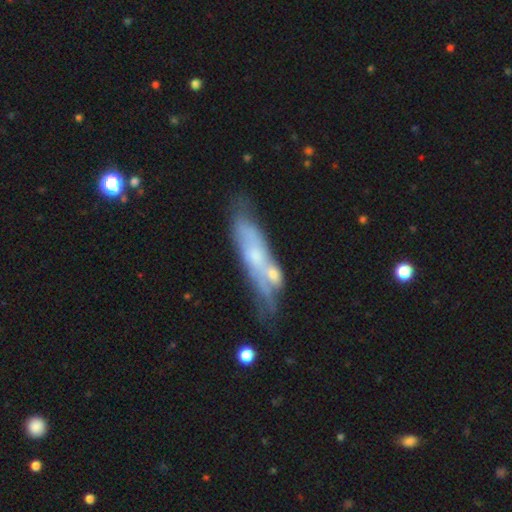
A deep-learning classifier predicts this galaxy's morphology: Smooth or featured: featured or disk — 53% (smooth — 39%)
Edge-on disk: no — 63% (yes — 37%)
Merging: none — 37% (merger — 30%)